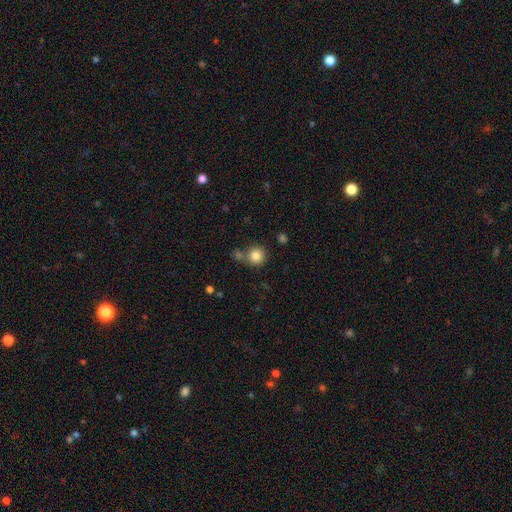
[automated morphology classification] Smooth or featured? Predicted: smooth (p=0.83). How rounded? Predicted: round (p=0.92). Merging? Predicted: none (p=0.67).